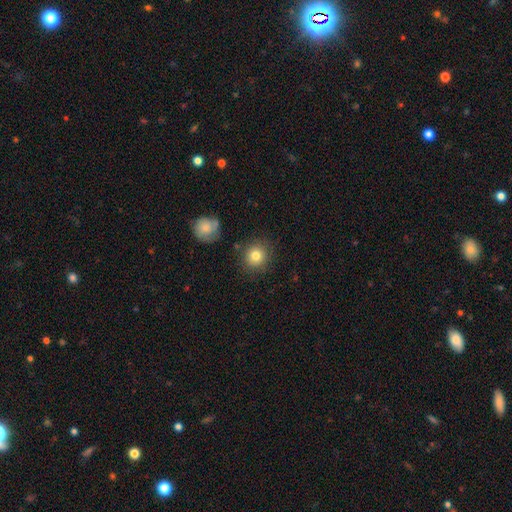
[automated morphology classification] This appears to be a smooth galaxy with no disk features (81%) that is round (89%). Merging: none (84%).